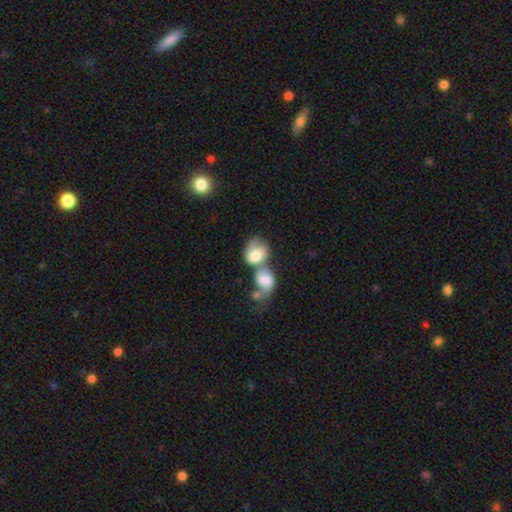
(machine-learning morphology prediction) smooth_or_featured: smooth (p=0.67) [alt: featured or disk p=0.26]
how_rounded: in between (p=0.52) [alt: round p=0.47]
merging: merger (p=0.72) [alt: none p=0.13]